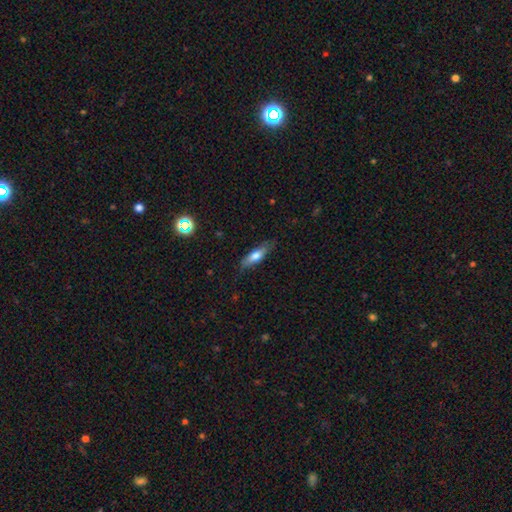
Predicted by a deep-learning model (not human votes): Q: Smooth or featured?
A: smooth (68%); runner-up: featured or disk (26%)
Q: How rounded?
A: cigar-shaped (52%); runner-up: in between (45%)
Q: Merging?
A: none (78%); runner-up: minor disturbance (17%)